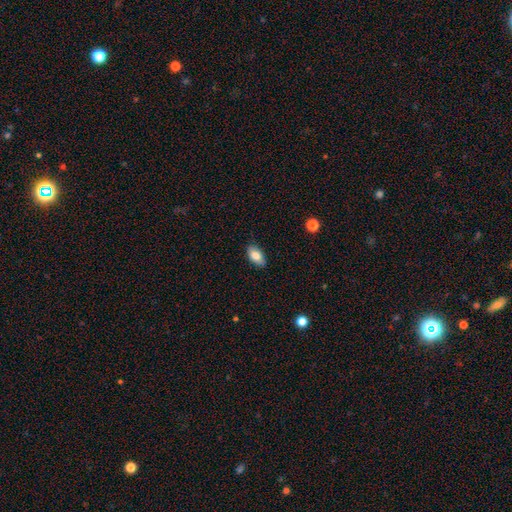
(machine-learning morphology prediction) smooth_or_featured: smooth (p=0.81) [alt: featured or disk p=0.11]
how_rounded: in between (p=0.92) [alt: round p=0.05]
merging: none (p=0.86) [alt: minor disturbance p=0.11]